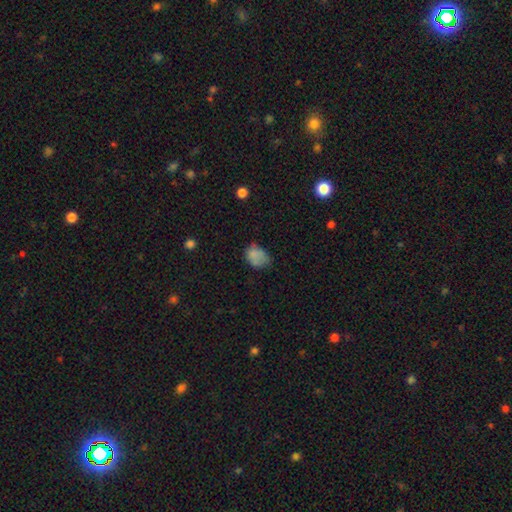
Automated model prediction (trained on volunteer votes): Morphology: type=smooth (76%); roundness=in between (74%); merging=none (45%).